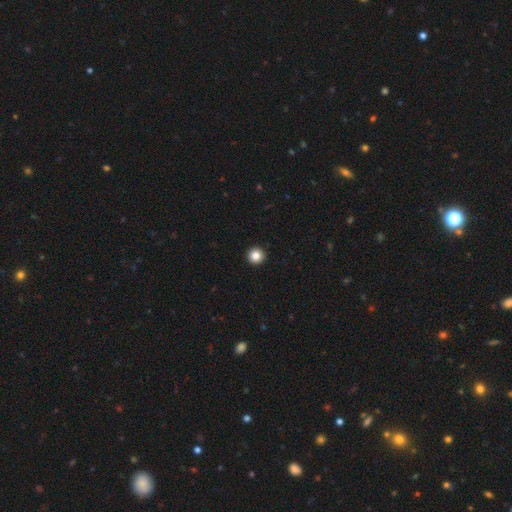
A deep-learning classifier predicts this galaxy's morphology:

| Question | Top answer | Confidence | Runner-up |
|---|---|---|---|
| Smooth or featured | smooth | 84% | star or artifact (11%) |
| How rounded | round | 97% | in between (2%) |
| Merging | none | 95% | minor disturbance (3%) |